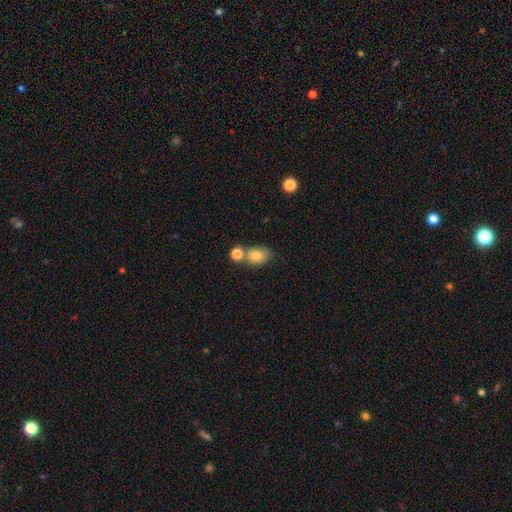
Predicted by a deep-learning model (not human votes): Overall: smooth (79%). How rounded: in between (63%; round 36%). Merging: none (54%; merger 27%).